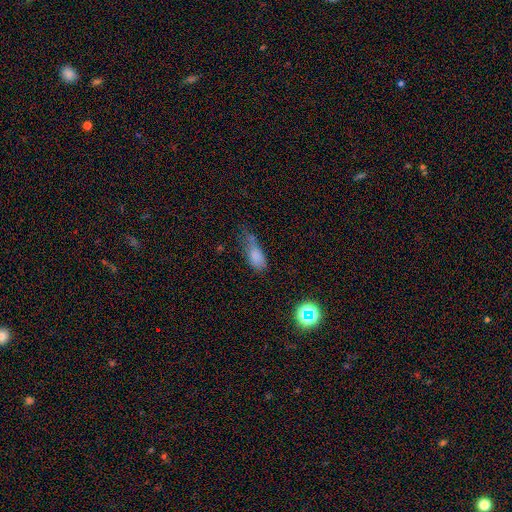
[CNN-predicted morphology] Smooth or featured: smooth — 74% (star or artifact — 14%)
How rounded: in between — 80% (cigar-shaped — 14%)
Merging: minor disturbance — 35% (major disturbance — 31%)